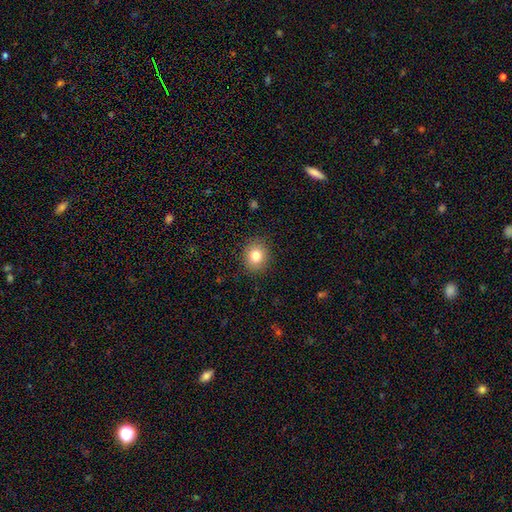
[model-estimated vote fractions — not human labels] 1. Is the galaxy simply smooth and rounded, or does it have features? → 80% smooth, 11% star or artifact, 9% featured or disk.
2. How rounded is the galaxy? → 74% round, 26% in between, 1% cigar-shaped.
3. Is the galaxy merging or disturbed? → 89% none, 8% minor disturbance, 2% major disturbance, 1% merger.